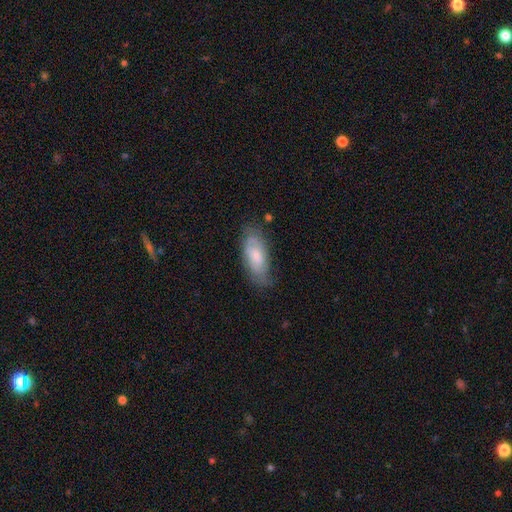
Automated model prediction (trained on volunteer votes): Overall: smooth (50%; featured or disk 43%). How rounded: in between (81%). Merging: none (66%).